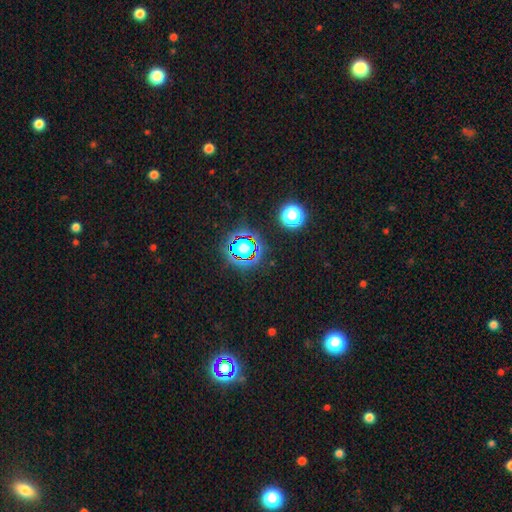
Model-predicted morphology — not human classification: smooth-or-featured: star or artifact: 79% | smooth: 13% | featured or disk: 7%